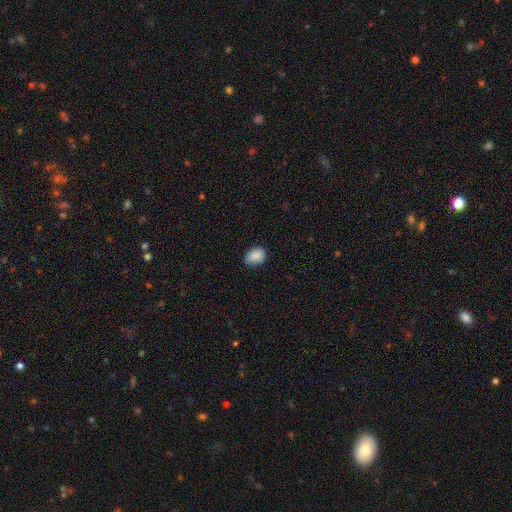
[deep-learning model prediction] This is clearly a smooth galaxy (86%). How rounded: likely in between (73%). Merging: likely none (68%).